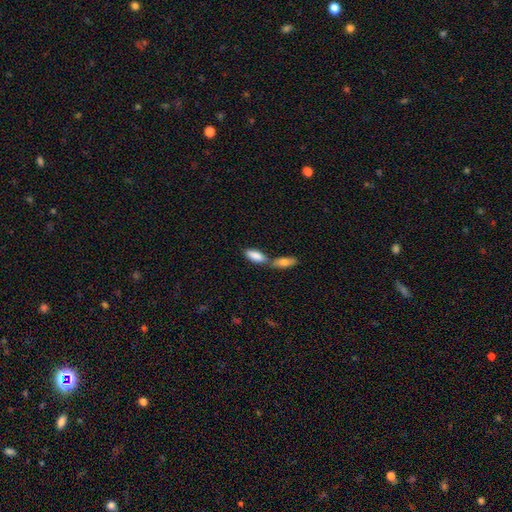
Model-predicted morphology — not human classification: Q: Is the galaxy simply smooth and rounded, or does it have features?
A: smooth — 85%.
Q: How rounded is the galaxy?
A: in between — 77%.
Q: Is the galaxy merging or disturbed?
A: merger — 45%.